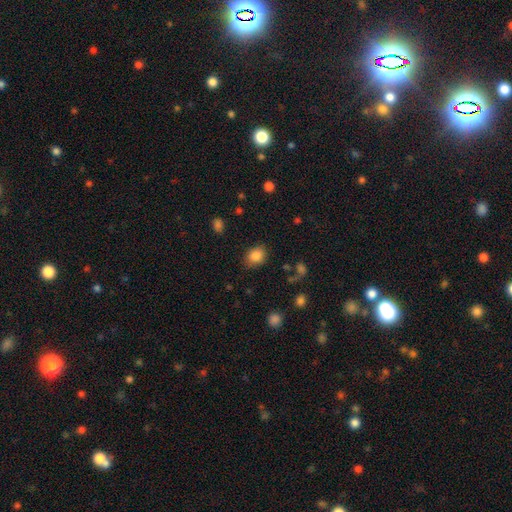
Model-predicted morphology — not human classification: Q: Smooth or featured?
A: smooth (86%); runner-up: star or artifact (9%)
Q: How rounded?
A: in between (60%); runner-up: round (39%)
Q: Merging?
A: none (80%); runner-up: minor disturbance (14%)